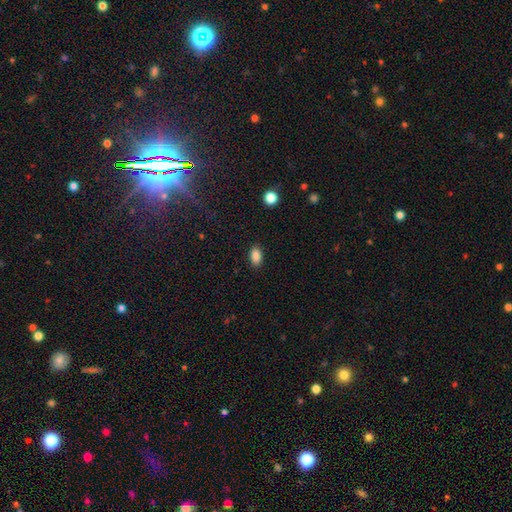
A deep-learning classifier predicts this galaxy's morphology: Smooth or featured?
  - smooth: 87% *
  - star or artifact: 9%
  - featured or disk: 4%
How rounded?
  - in between: 91% *
  - round: 6%
  - cigar-shaped: 3%
Merging?
  - none: 88% *
  - minor disturbance: 8%
  - major disturbance: 2%
  - merger: 1%